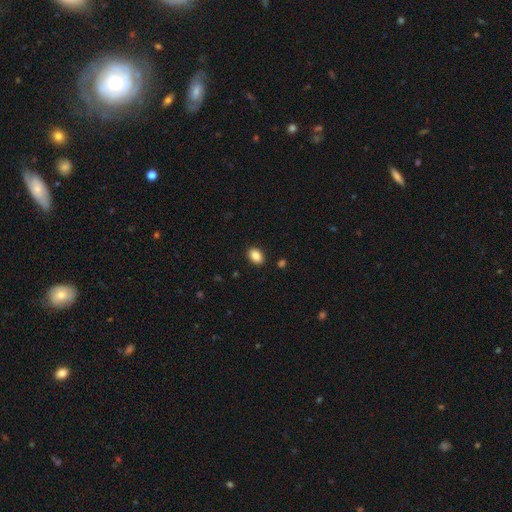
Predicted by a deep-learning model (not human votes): Overall: smooth (87%). How rounded: in between (80%). Merging: none (89%).